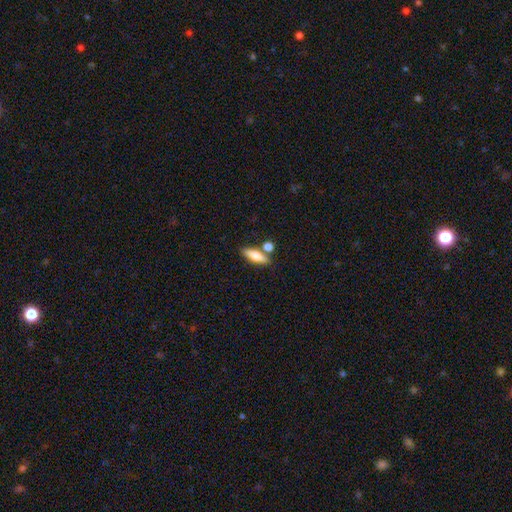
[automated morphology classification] Overall: smooth (73%). How rounded: in between (55%; cigar-shaped 40%). Merging: none (69%).